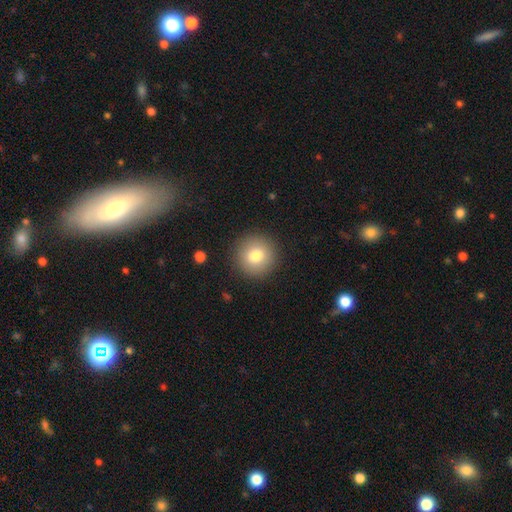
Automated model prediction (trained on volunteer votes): Overall: smooth (78%). How rounded: round (95%). Merging: none (91%).